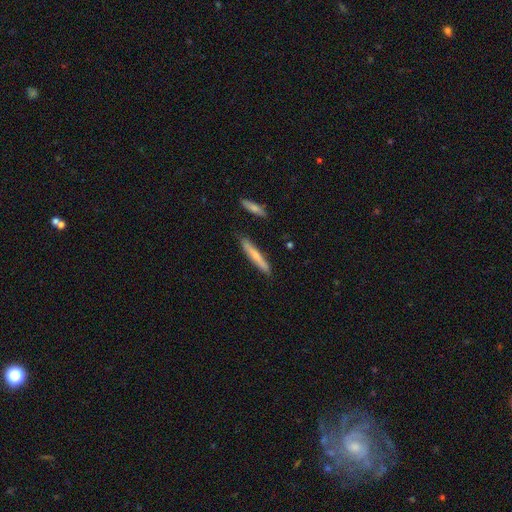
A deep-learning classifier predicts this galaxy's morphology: A smooth galaxy with no disk features (65%) that is cigar-shaped (93%).

Vote fractions:
- Smooth or featured? smooth: 65% / featured or disk: 30% / star or artifact: 6%
- How rounded? cigar-shaped: 93% / in between: 5% / round: 1%
- Merging? none: 85% / minor disturbance: 10% / merger: 3% / major disturbance: 2%